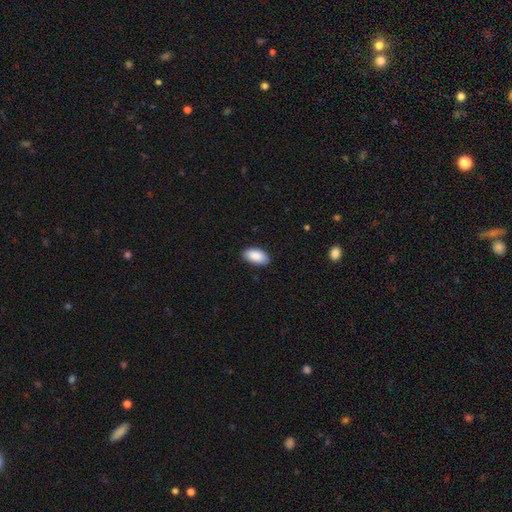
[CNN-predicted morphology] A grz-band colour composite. It shows a smooth galaxy with no disk features (90%) that is in between round and cigar-shaped (96%). Merging: none (86%).